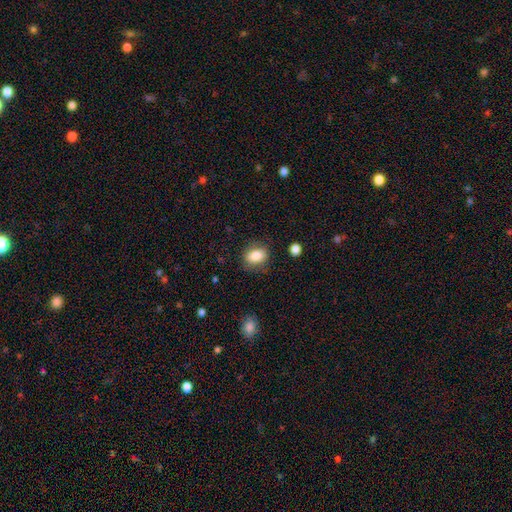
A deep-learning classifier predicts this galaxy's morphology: Smooth or featured: smooth — 82% (featured or disk — 9%)
How rounded: in between — 69% (round — 29%)
Merging: none — 79% (minor disturbance — 15%)